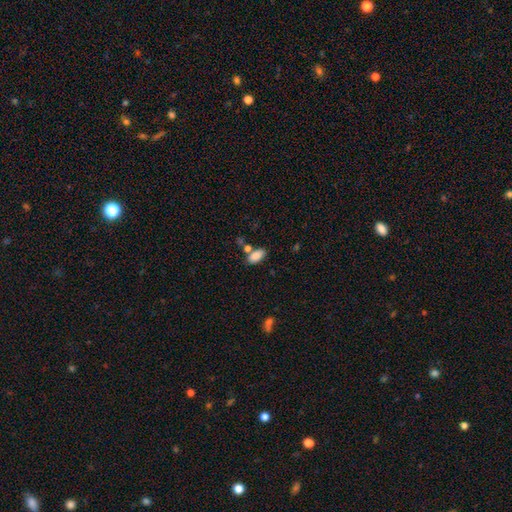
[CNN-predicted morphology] Overall: smooth (86%). How rounded: in between (92%). Merging: none (65%).